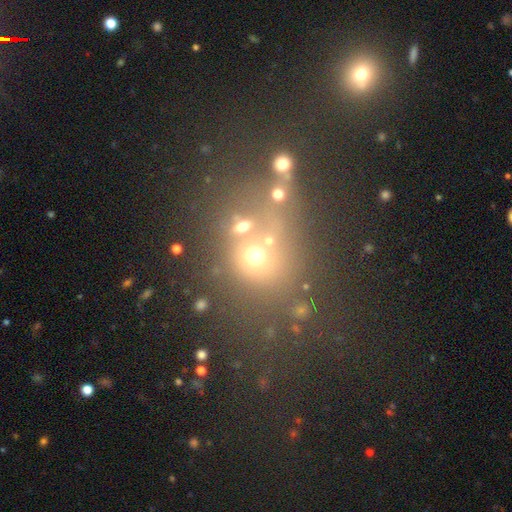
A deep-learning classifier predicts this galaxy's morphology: Smooth or featured? smooth (54%)
How rounded? round (72%)
Merging? none (51%)